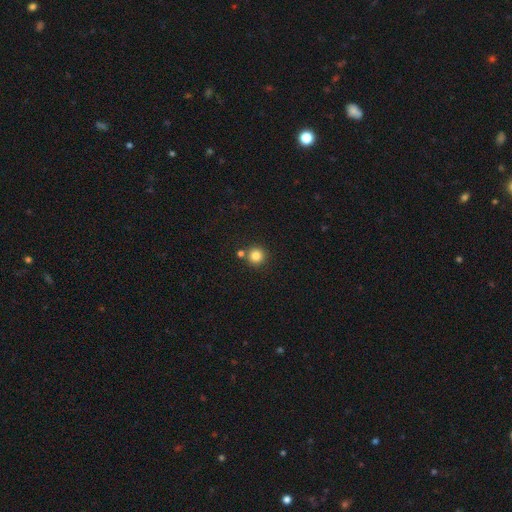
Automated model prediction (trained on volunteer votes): Smooth or featured: smooth — 82% (star or artifact — 12%)
How rounded: round — 95% (in between — 4%)
Merging: none — 79% (merger — 11%)